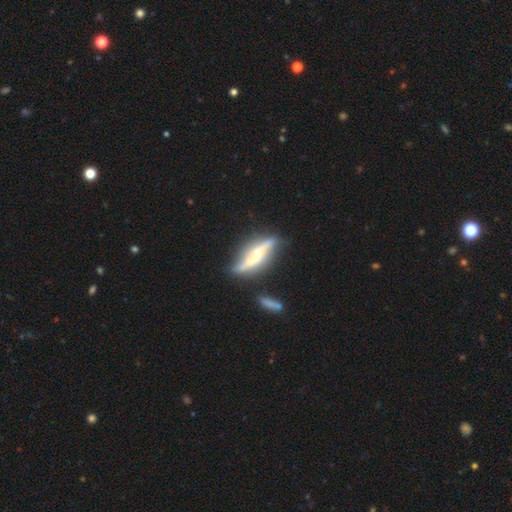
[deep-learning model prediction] This is likely a featured or disk galaxy (72%). It is likely viewed edge-on (79%). Edge-on bulge: possibly rounded (53%). Merging: likely none (67%).